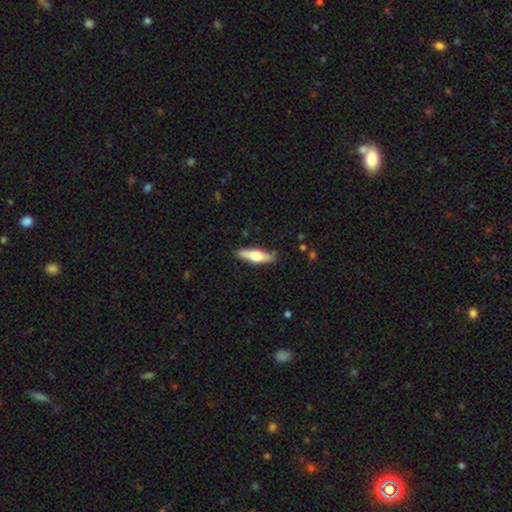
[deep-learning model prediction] Smooth or featured?
  - smooth: 57% *
  - featured or disk: 38%
  - star or artifact: 5%
How rounded?
  - cigar-shaped: 63% *
  - in between: 35%
  - round: 2%
Merging?
  - none: 85% *
  - minor disturbance: 11%
  - major disturbance: 2%
  - merger: 2%